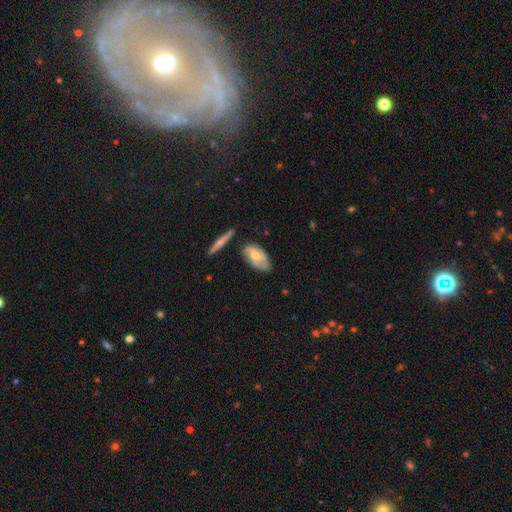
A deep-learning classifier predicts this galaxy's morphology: A smooth galaxy with no disk features (49%). Merging: none (61%).